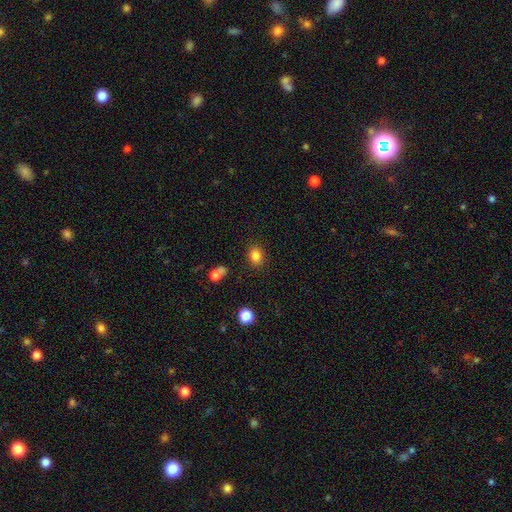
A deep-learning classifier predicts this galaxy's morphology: A smooth galaxy with no disk features (83%) that is round (50%). Merging: none (85%).